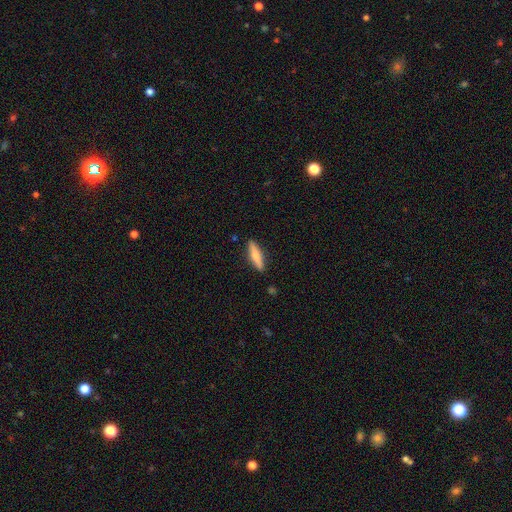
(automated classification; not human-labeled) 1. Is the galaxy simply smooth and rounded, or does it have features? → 68% smooth, 26% featured or disk, 6% star or artifact.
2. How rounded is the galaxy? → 76% cigar-shaped, 23% in between, 2% round.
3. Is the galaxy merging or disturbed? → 88% none, 9% minor disturbance, 2% major disturbance, 1% merger.